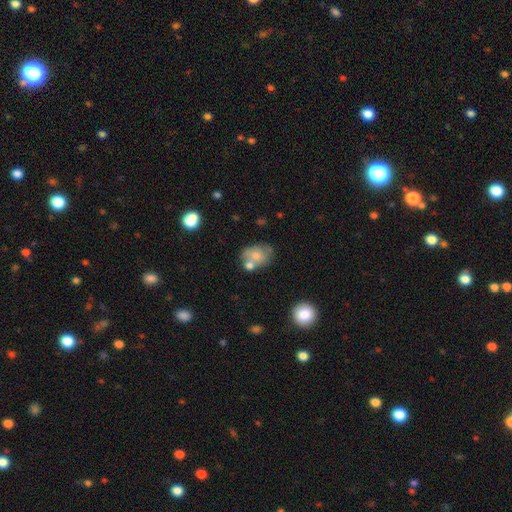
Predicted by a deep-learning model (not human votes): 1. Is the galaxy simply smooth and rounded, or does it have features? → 66% smooth, 25% featured or disk, 9% star or artifact.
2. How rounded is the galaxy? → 57% in between, 42% round, 1% cigar-shaped.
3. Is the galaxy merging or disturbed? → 46% none, 27% merger, 20% minor disturbance, 7% major disturbance.